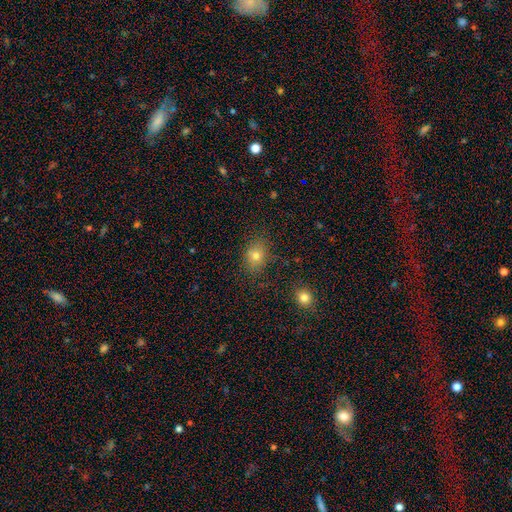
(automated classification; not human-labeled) smooth-or-featured: smooth: 75% | star or artifact: 14% | featured or disk: 10%
  how-rounded: in between: 55% | round: 44% | cigar-shaped: 1%
  merging: none: 82% | minor disturbance: 12% | major disturbance: 4% | merger: 2%